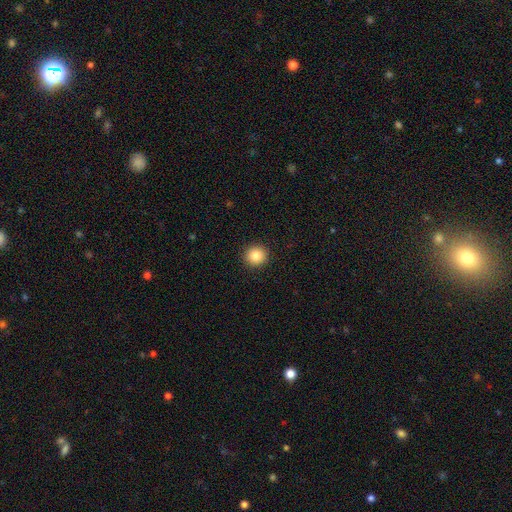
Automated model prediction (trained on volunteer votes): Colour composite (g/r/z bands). It shows a smooth galaxy with no disk features (84%) that is round (93%). Merging: none (93%).